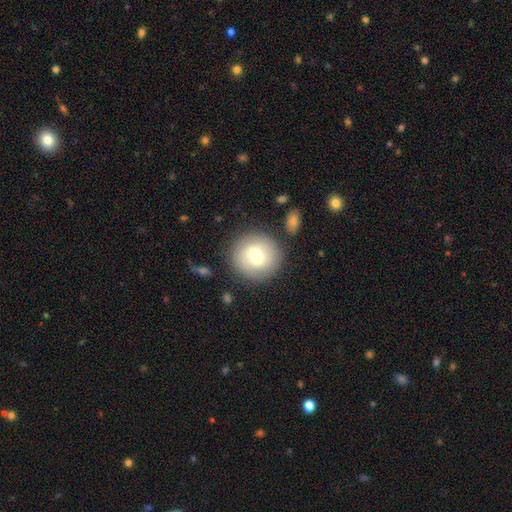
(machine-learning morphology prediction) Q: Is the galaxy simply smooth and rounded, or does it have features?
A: smooth — 70%.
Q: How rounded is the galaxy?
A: round — 93%.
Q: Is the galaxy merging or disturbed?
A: none — 85%.